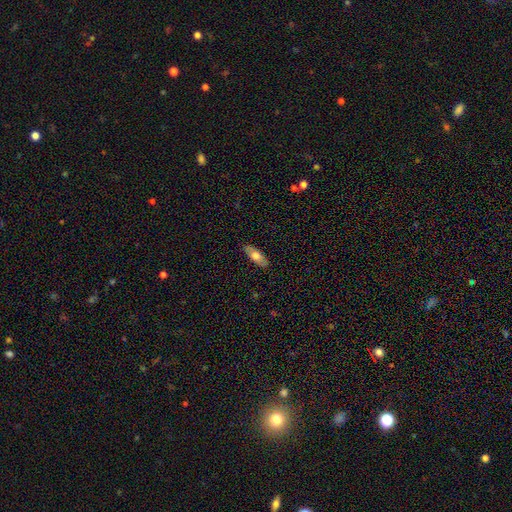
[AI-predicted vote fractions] Overall: smooth (69%). How rounded: in between (70%). Merging: none (87%).